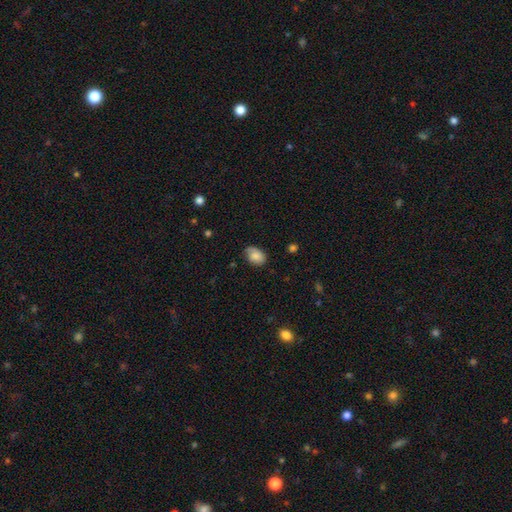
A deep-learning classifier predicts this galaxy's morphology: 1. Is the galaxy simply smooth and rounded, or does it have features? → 76% smooth, 15% featured or disk, 8% star or artifact.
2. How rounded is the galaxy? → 78% in between, 21% round, 1% cigar-shaped.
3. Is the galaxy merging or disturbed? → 65% none, 27% minor disturbance, 6% major disturbance, 2% merger.